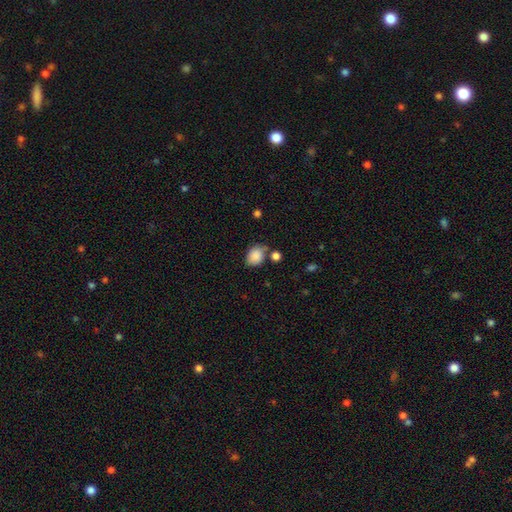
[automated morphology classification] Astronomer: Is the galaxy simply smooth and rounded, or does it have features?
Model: smooth — 86%.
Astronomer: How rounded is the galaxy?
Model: in between — 62% (runner-up: round, 37%).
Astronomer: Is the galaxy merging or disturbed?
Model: none — 61%.